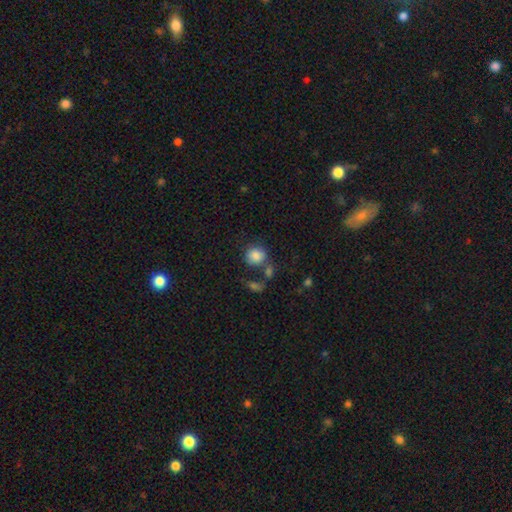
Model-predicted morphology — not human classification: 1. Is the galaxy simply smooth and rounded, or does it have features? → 84% smooth, 9% star or artifact, 7% featured or disk.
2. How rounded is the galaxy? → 82% round, 17% in between, 1% cigar-shaped.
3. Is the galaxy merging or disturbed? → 57% none, 19% merger, 15% minor disturbance, 8% major disturbance.